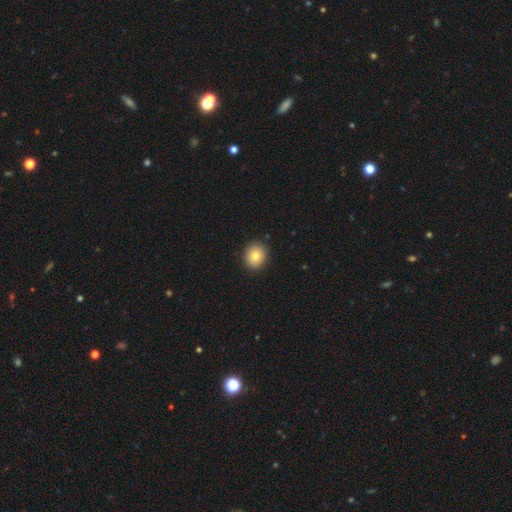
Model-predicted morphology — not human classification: This is clearly a smooth galaxy (81%). How rounded: likely round (69%). Merging: clearly none (90%).